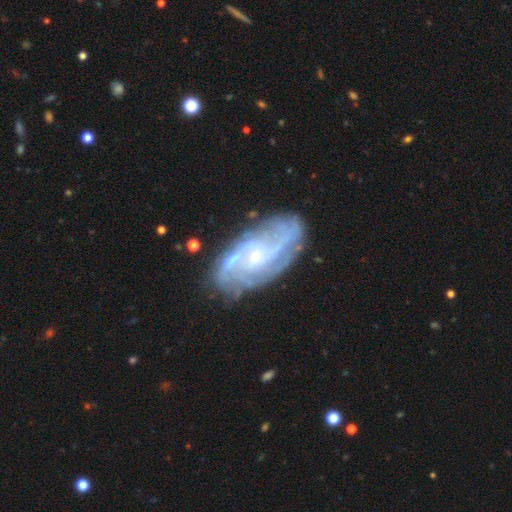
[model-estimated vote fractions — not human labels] This is clearly a featured or disk galaxy (85%). It is clearly not viewed edge-on (94%). Bar: likely no (65%). Spiral arm pattern: clearly yes (95%). Spiral arm count: marginally can't tell (27%). Spiral winding: possibly tight (47%). Central bulge: clearly small (81%). Merging: likely none (76%).